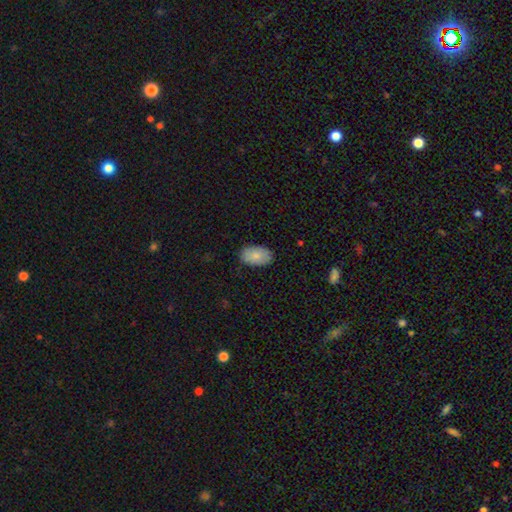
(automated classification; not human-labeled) This is clearly a smooth galaxy (83%). How rounded: clearly in between (92%). Merging: clearly none (83%).